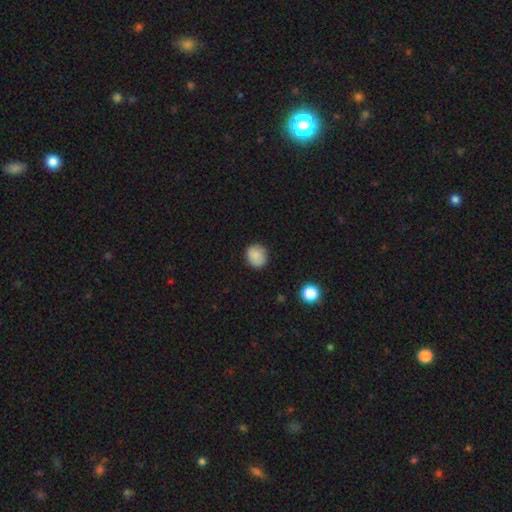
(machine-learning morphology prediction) This appears to be a smooth galaxy with no disk features (86%) that is round (83%). Merging: none (87%).